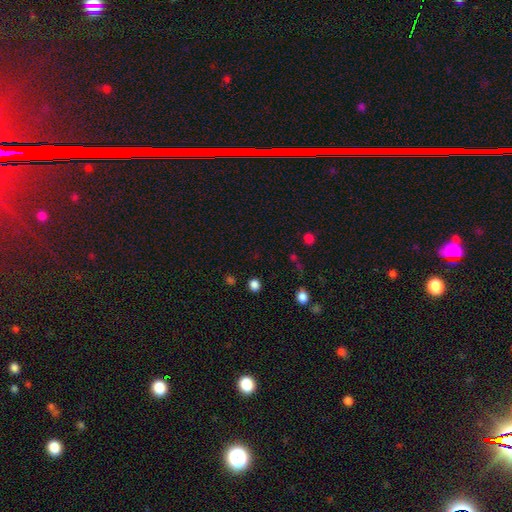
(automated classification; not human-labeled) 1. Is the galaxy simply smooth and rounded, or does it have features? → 55% smooth, 39% star or artifact, 5% featured or disk.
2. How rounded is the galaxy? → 82% round, 16% in between, 2% cigar-shaped.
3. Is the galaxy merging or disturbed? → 83% none, 9% minor disturbance, 5% major disturbance, 4% merger.